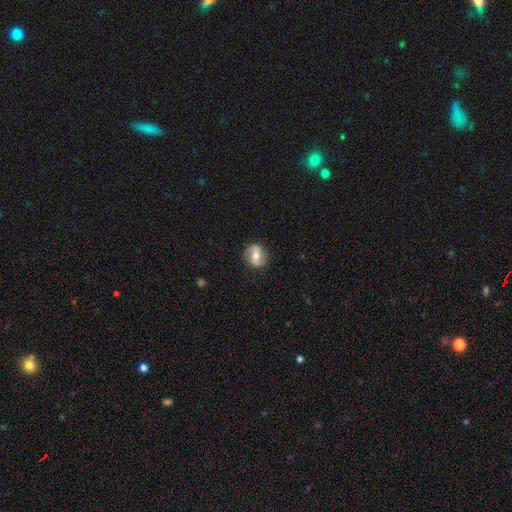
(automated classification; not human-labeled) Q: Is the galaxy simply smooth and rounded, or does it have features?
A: featured or disk — 49%.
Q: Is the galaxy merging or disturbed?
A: none — 84%.